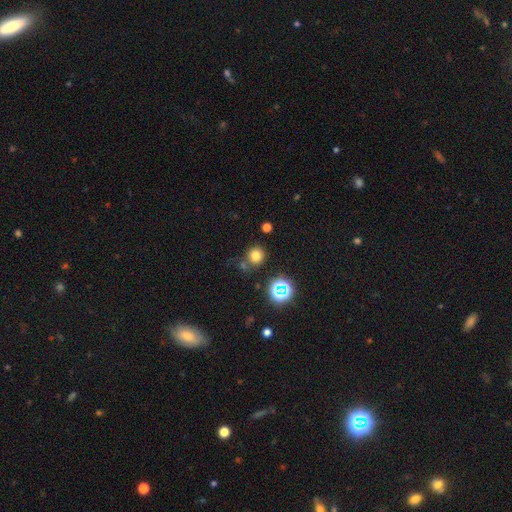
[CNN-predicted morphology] smooth-or-featured: smooth: 73% | star or artifact: 20% | featured or disk: 7%
  how-rounded: round: 89% | in between: 10% | cigar-shaped: 1%
  merging: none: 73% | merger: 11% | minor disturbance: 11% | major disturbance: 4%